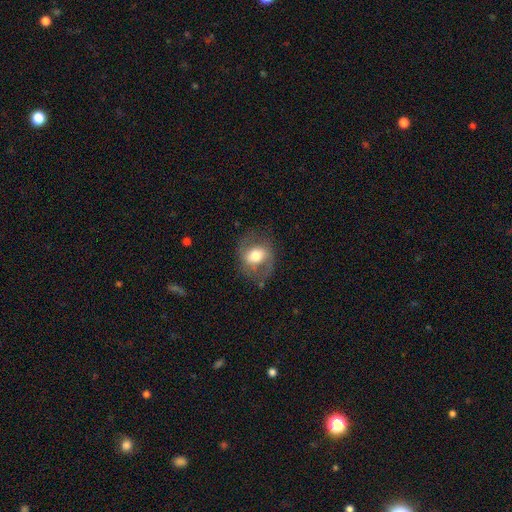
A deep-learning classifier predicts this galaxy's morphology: Smooth or featured: featured or disk — 51% (smooth — 42%)
Edge-on disk: no — 95% (yes — 5%)
Merging: none — 68% (minor disturbance — 19%)